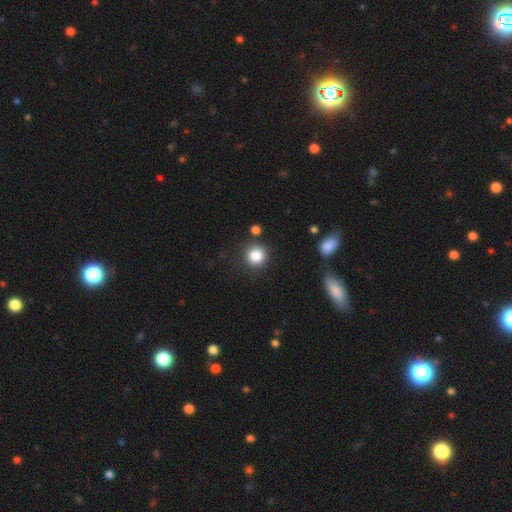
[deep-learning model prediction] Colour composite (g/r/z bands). It shows a smooth galaxy with no disk features (84%) that is round (92%). Merging: none (84%).